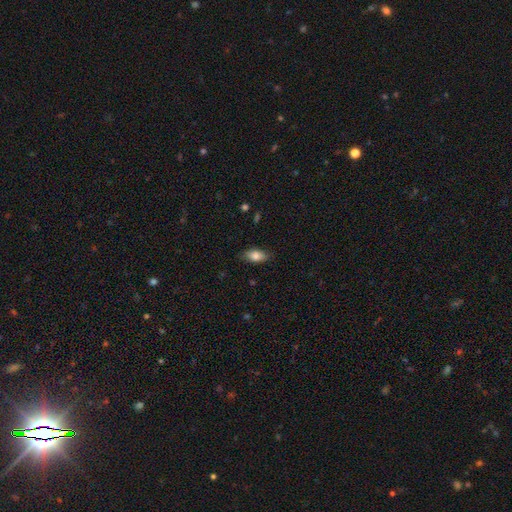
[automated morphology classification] A smooth galaxy with no disk features (81%) that is in between round and cigar-shaped (89%). Merging: none (84%).